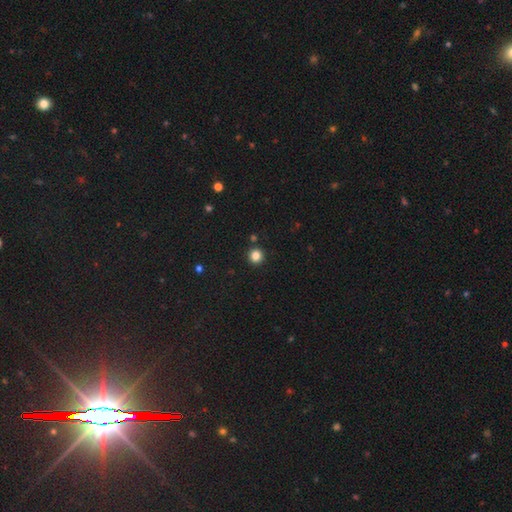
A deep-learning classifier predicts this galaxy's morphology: Q: Smooth or featured?
A: smooth (84%); runner-up: star or artifact (12%)
Q: How rounded?
A: round (95%); runner-up: in between (4%)
Q: Merging?
A: none (92%); runner-up: minor disturbance (5%)